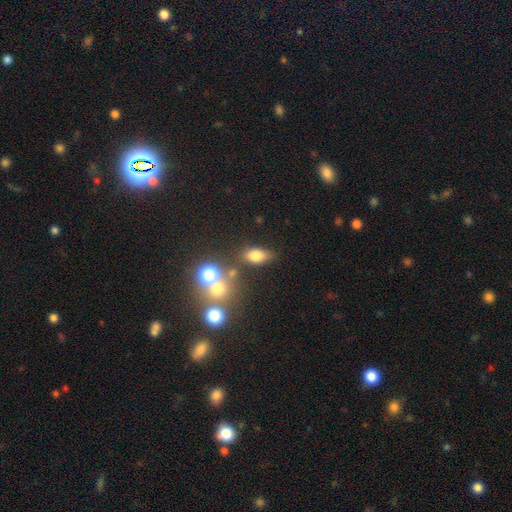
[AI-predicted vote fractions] Smooth or featured?
  - smooth: 75% *
  - star or artifact: 14%
  - featured or disk: 11%
How rounded?
  - in between: 80% *
  - round: 15%
  - cigar-shaped: 5%
Merging?
  - none: 70% *
  - minor disturbance: 14%
  - merger: 11%
  - major disturbance: 6%